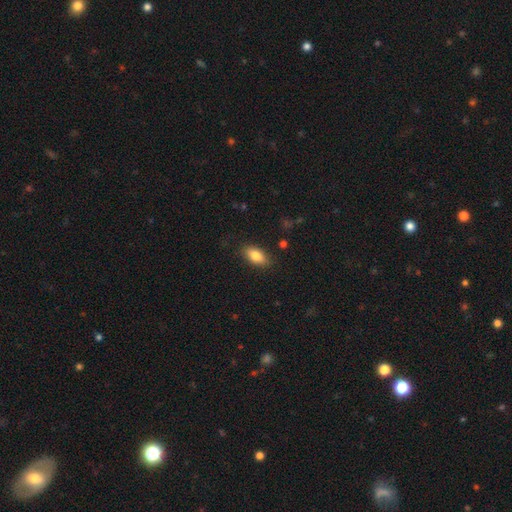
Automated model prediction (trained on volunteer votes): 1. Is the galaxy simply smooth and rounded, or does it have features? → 84% smooth, 9% featured or disk, 7% star or artifact.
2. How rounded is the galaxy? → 89% in between, 7% cigar-shaped, 4% round.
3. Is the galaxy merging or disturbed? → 85% none, 11% minor disturbance, 3% major disturbance, 1% merger.